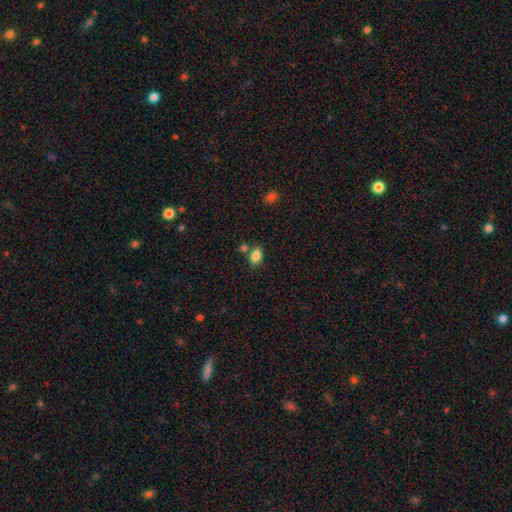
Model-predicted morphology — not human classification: A smooth galaxy with no disk features (85%) that is in between round and cigar-shaped (86%).

Vote fractions:
- Smooth or featured? smooth: 85% / star or artifact: 9% / featured or disk: 6%
- How rounded? in between: 86% / round: 12% / cigar-shaped: 2%
- Merging? none: 64% / merger: 18% / minor disturbance: 14% / major disturbance: 4%